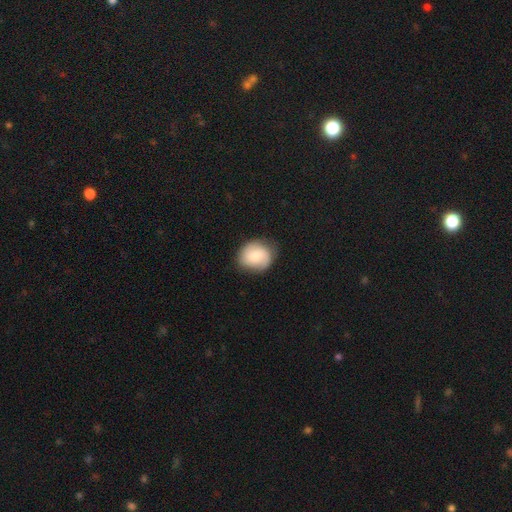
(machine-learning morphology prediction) This is likely a smooth galaxy (64%). How rounded: likely round (72%). Merging: likely none (76%).